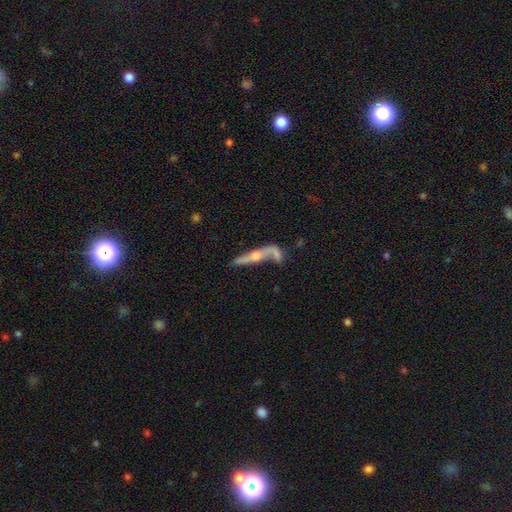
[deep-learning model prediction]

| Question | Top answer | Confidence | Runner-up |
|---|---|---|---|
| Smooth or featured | featured or disk | 67% | smooth (25%) |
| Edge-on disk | yes | 75% | no (25%) |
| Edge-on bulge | rounded | 87% | none (8%) |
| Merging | none | 41% | merger (25%) |